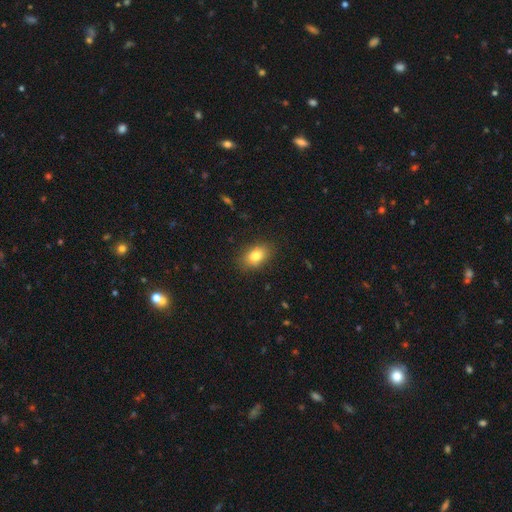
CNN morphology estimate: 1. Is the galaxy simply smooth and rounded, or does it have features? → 80% smooth, 11% featured or disk, 9% star or artifact.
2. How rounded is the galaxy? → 84% in between, 13% round, 2% cigar-shaped.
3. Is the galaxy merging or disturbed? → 84% none, 12% minor disturbance, 3% major disturbance, 1% merger.